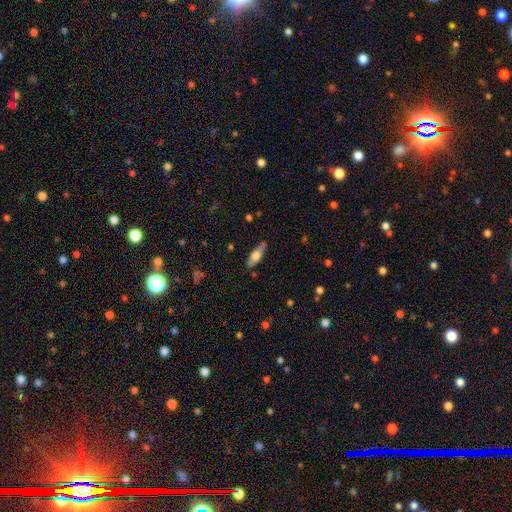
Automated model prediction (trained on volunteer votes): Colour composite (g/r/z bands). It shows a smooth galaxy with no disk features (56%) that is in between round and cigar-shaped (58%). Merging: none (79%).